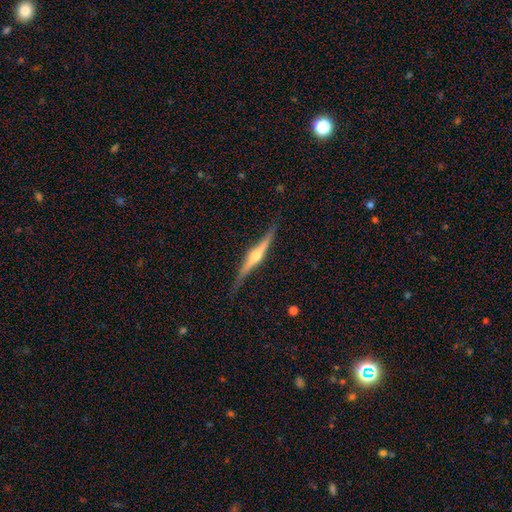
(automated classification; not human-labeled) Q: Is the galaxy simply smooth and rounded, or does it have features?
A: featured or disk — 80%.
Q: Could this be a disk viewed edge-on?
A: yes — 98%.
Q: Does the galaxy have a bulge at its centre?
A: rounded — 92%.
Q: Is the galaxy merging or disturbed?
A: none — 83%.